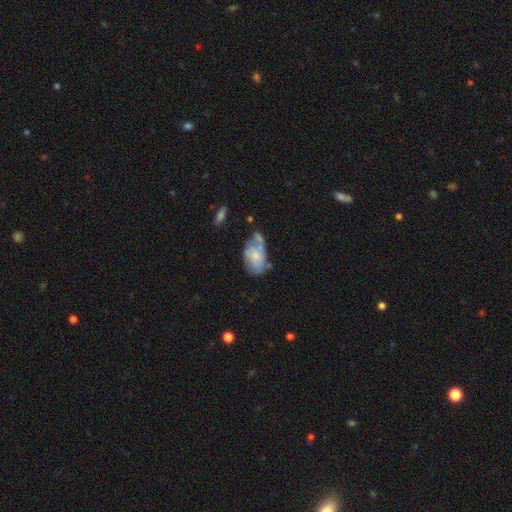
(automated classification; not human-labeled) The model was most divided on "smooth or featured": smooth: 47%, featured or disk: 46%, star or artifact: 7%. Remaining: merging — none (32%).